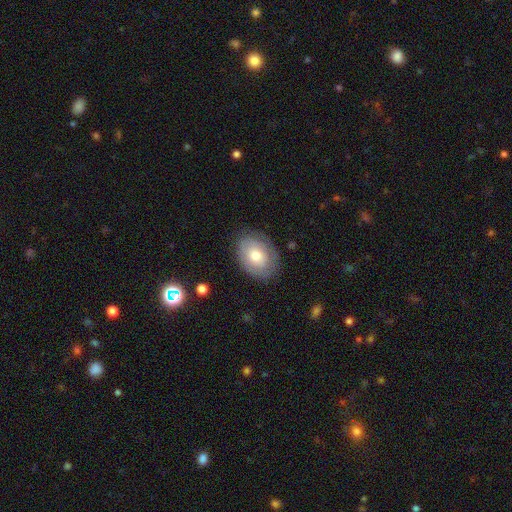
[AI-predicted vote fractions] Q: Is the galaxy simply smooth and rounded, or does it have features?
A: smooth — 60%.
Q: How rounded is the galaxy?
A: in between — 71%.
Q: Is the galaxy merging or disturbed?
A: none — 80%.